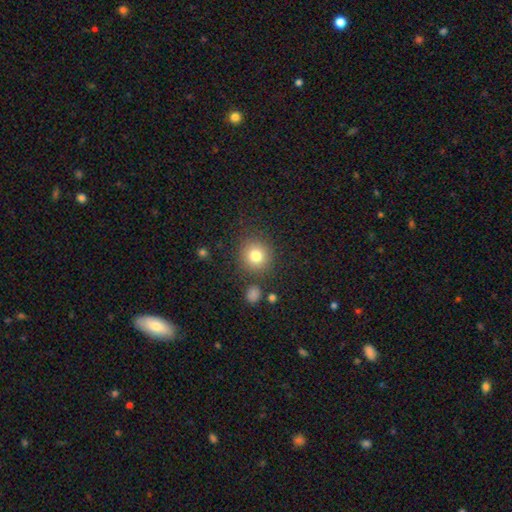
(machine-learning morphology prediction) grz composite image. It shows a smooth galaxy with no disk features (80%) that is round (92%). Merging: none (85%).